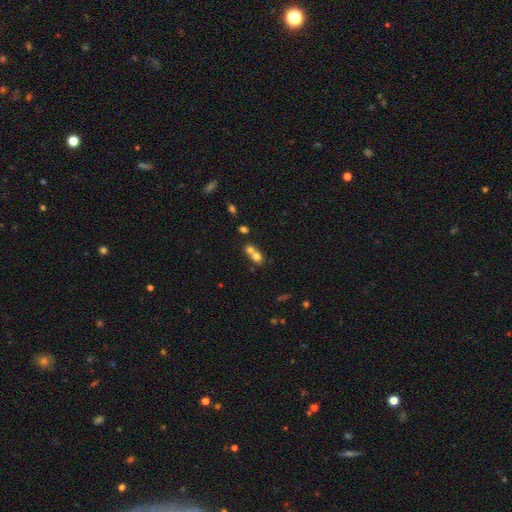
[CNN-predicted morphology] This is likely a smooth galaxy (70%). How rounded: likely round (62%). Merging: likely merger (65%).